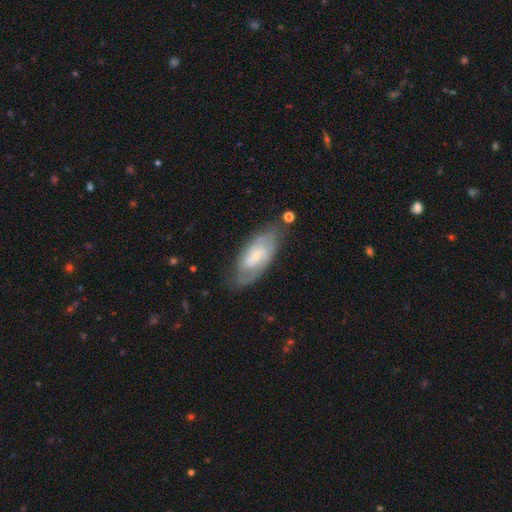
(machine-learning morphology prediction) The model was most divided on "spiral winding": tight: 44%, medium: 43%, loose: 13%. More confident: spiral arms — yes (92%); edge-on disk — no (92%); smooth or featured — featured or disk (76%); merging — none (74%); spiral arm count — 2 (65%); bulge size — small (63%); bar — weak (50%).